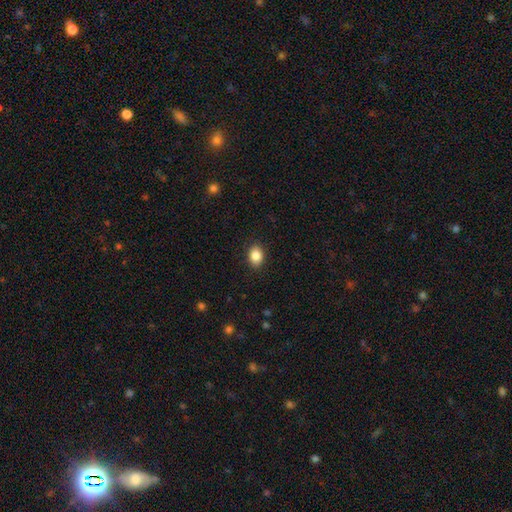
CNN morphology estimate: smooth 86%, star or artifact 9%, featured or disk 5%. Down the decision tree: how rounded — in between (69%); merging — none (88%).